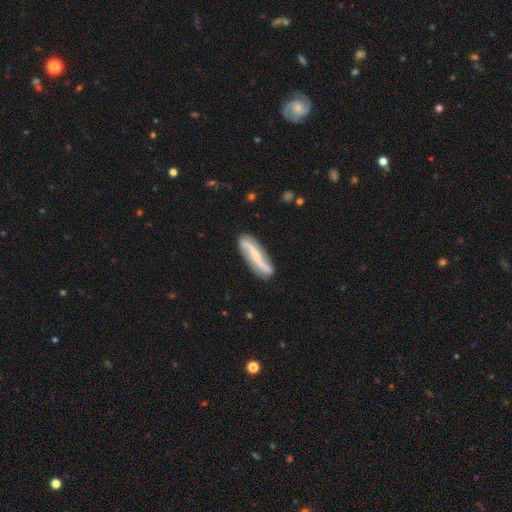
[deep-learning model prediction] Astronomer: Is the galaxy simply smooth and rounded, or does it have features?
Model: featured or disk — 79%.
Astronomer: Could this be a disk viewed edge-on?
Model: no — 80%.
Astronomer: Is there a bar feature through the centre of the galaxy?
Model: strong — 44% (runner-up: no, 29%).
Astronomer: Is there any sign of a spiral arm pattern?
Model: yes — 93%.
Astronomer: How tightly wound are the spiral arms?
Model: loose — 74%.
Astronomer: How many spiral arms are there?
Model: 2 — 92%.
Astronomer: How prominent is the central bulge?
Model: small — 67%.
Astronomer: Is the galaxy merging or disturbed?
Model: none — 85%.